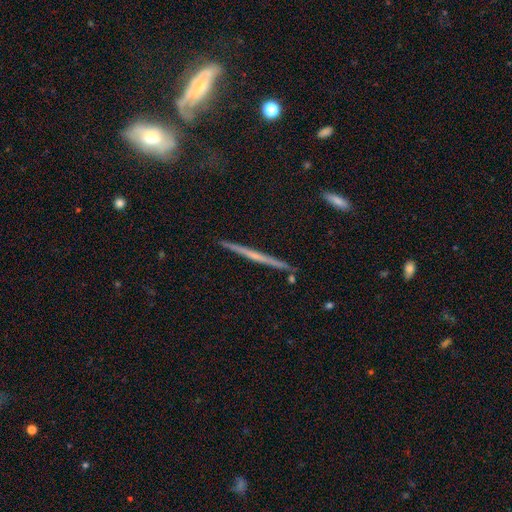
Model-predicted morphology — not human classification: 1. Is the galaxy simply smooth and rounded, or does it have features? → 72% featured or disk, 21% smooth, 7% star or artifact.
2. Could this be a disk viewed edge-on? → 98% yes, 2% no.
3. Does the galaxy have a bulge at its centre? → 50% none, 42% rounded, 7% boxy.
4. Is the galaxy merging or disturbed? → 90% none, 7% minor disturbance, 1% merger, 1% major disturbance.